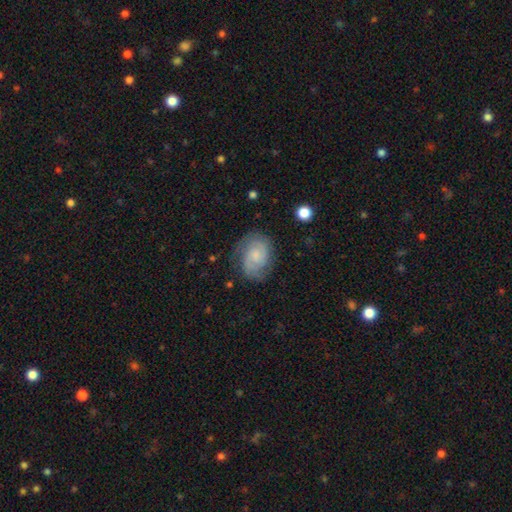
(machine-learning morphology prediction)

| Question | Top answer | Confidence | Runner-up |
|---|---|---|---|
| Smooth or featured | featured or disk | 67% | smooth (25%) |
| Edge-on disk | no | 98% | yes (2%) |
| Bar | no | 64% | weak (32%) |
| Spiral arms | yes | 93% | no (7%) |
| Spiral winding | tight | 44% | medium (43%) |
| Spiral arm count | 2 | 76% | can't tell (13%) |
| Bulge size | small | 47% | moderate (28%) |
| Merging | none | 73% | minor disturbance (18%) |